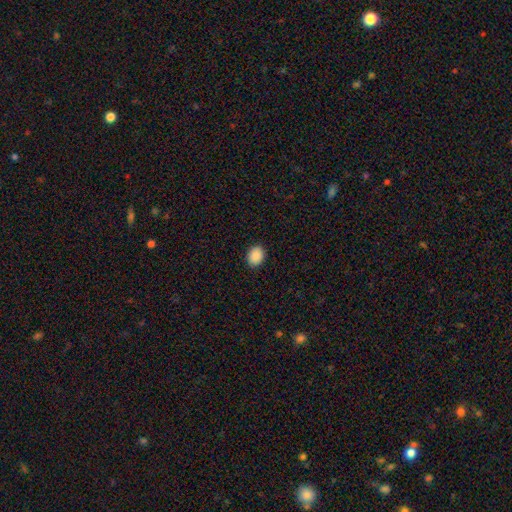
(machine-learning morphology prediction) type=smooth (90%); roundness=in between (59%); merging=none (91%).